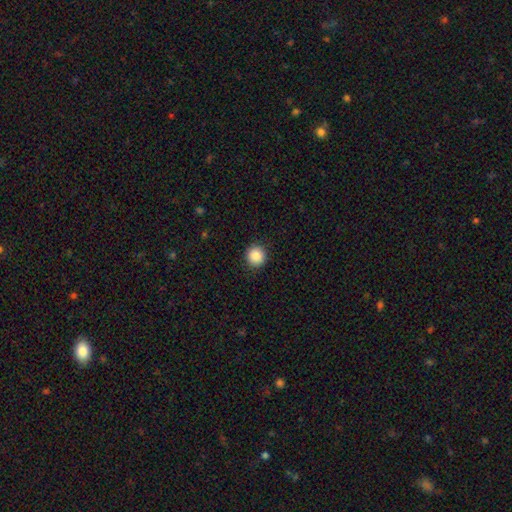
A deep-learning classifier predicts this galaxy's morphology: A smooth galaxy with no disk features (87%) that is round (94%).

Vote fractions:
- Smooth or featured? smooth: 87% / star or artifact: 9% / featured or disk: 4%
- How rounded? round: 94% / in between: 5% / cigar-shaped: 1%
- Merging? none: 92% / minor disturbance: 5% / major disturbance: 2% / merger: 1%